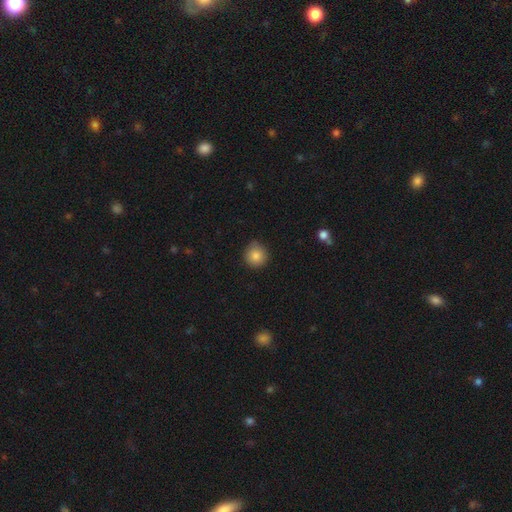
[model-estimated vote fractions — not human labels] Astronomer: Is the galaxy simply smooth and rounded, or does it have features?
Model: smooth — 84%.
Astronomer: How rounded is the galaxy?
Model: round — 93%.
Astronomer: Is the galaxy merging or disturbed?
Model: none — 83%.